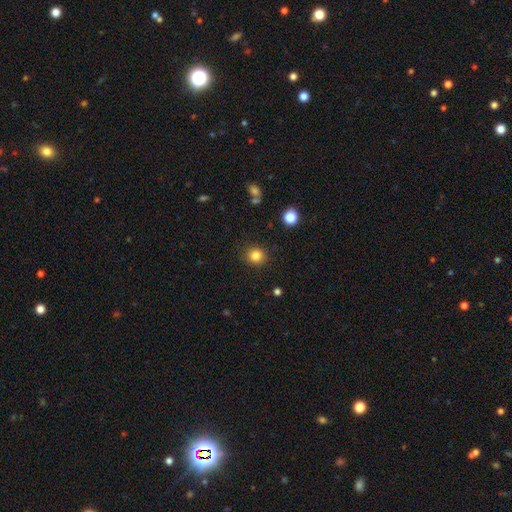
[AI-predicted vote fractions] The model was most divided on "smooth or featured": smooth: 84%, star or artifact: 11%, featured or disk: 5%. More confident: merging — none (90%); how rounded — round (88%).